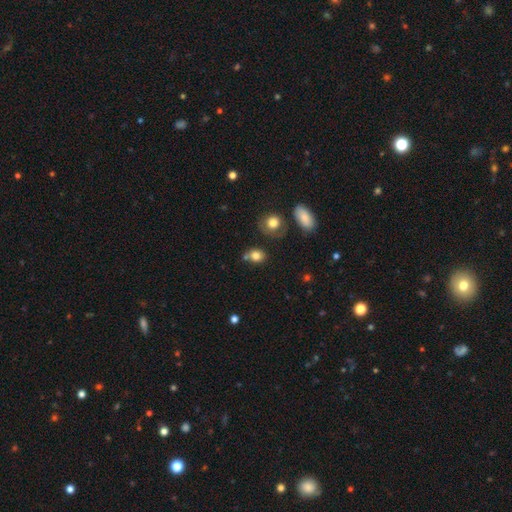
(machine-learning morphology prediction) Smooth or featured? Predicted: smooth (p=0.80). How rounded? Predicted: round (p=0.58). Merging? Predicted: none (p=0.59).